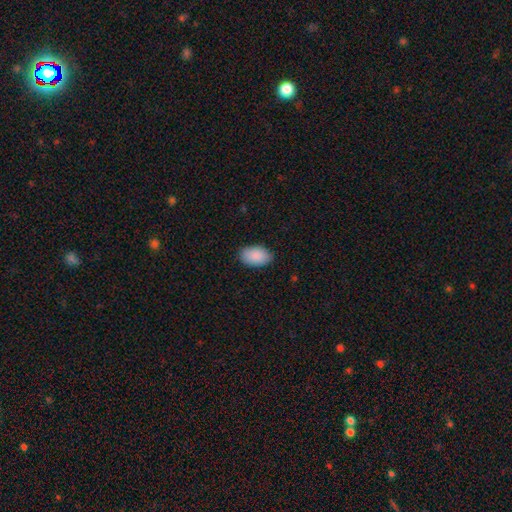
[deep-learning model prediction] Smooth or featured?
  - smooth: 91% *
  - star or artifact: 6%
  - featured or disk: 3%
How rounded?
  - in between: 94% *
  - round: 5%
  - cigar-shaped: 1%
Merging?
  - none: 86% *
  - minor disturbance: 11%
  - major disturbance: 2%
  - merger: 1%